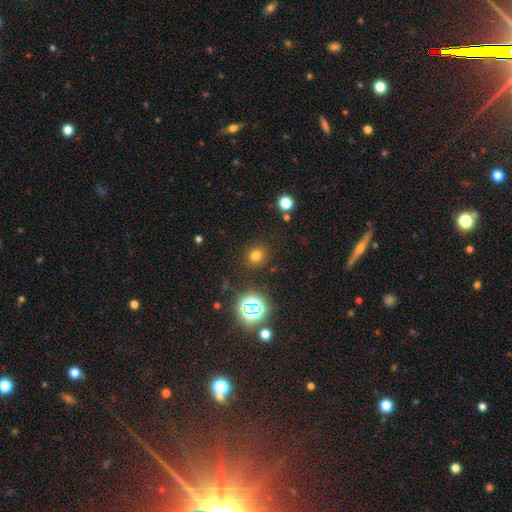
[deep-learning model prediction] Smooth or featured? Predicted: smooth (p=0.72). How rounded? Predicted: round (p=0.87). Merging? Predicted: none (p=0.87).